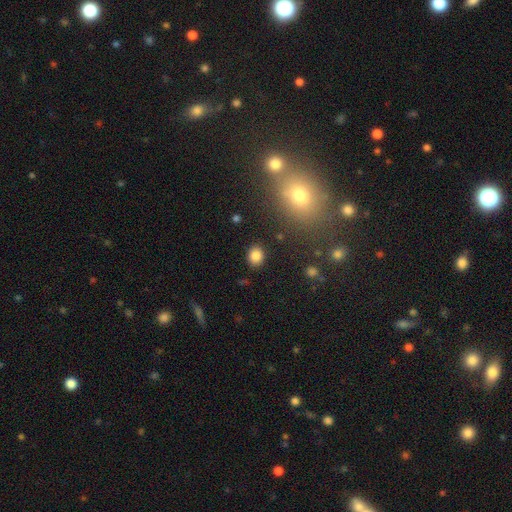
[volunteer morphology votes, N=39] Overall: smooth (92%). How rounded: round (56%; in between 44%). Merging: none (90%).